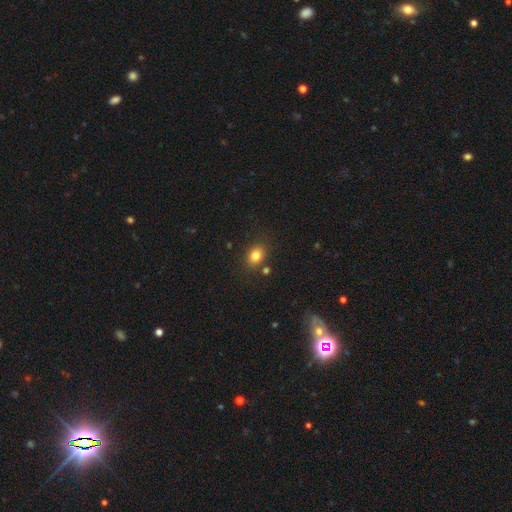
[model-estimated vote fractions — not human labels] A smooth galaxy with no disk features (81%) that is in between round and cigar-shaped (61%). Merging: none (80%).